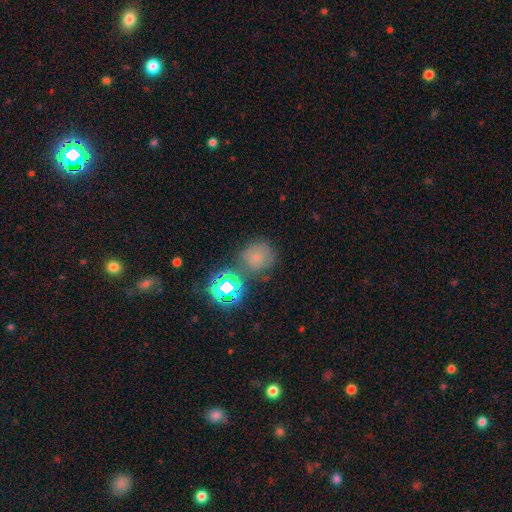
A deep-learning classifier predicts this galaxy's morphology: This appears to be a smooth galaxy with no disk features (56%) that is round (85%). Merging: none (64%).